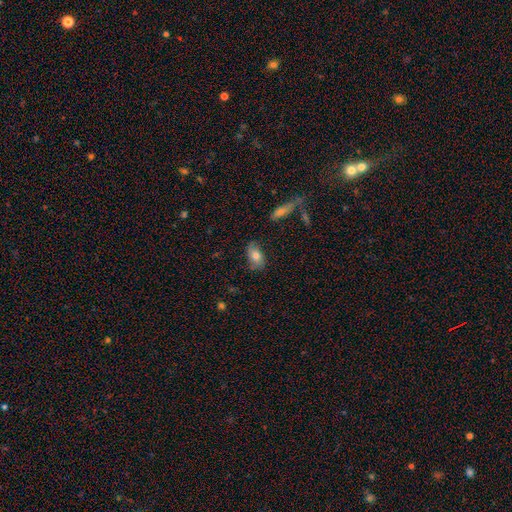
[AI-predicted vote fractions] Overall: smooth (70%). How rounded: in between (90%). Merging: none (76%).